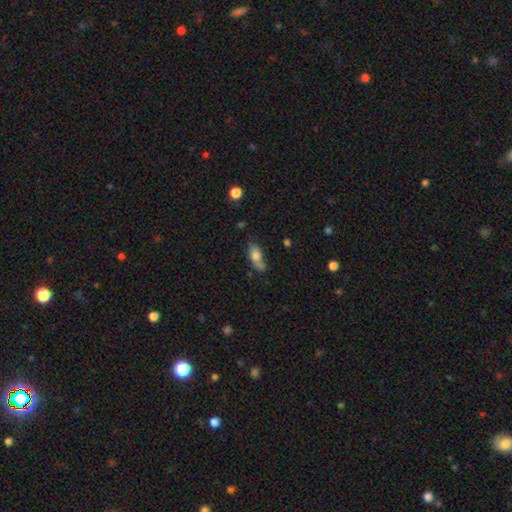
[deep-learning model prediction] A smooth galaxy with no disk features (73%) that is in between round and cigar-shaped (78%).

Vote fractions:
- Smooth or featured? smooth: 73% / featured or disk: 18% / star or artifact: 9%
- How rounded? in between: 78% / cigar-shaped: 17% / round: 5%
- Merging? none: 47% / minor disturbance: 30% / merger: 11% / major disturbance: 11%